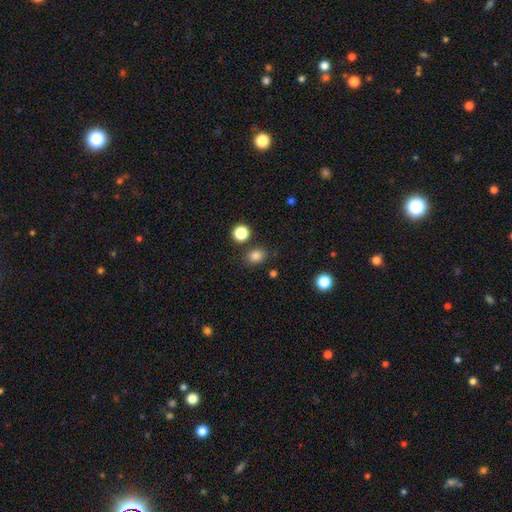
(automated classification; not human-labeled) Overall: smooth (82%). How rounded: round (65%; in between 34%). Merging: none (82%).